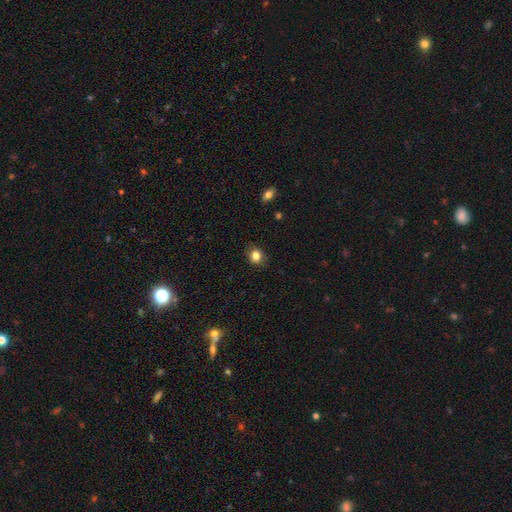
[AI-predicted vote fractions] This appears to be a smooth galaxy with no disk features (83%) that is round (62%). Merging: none (84%).